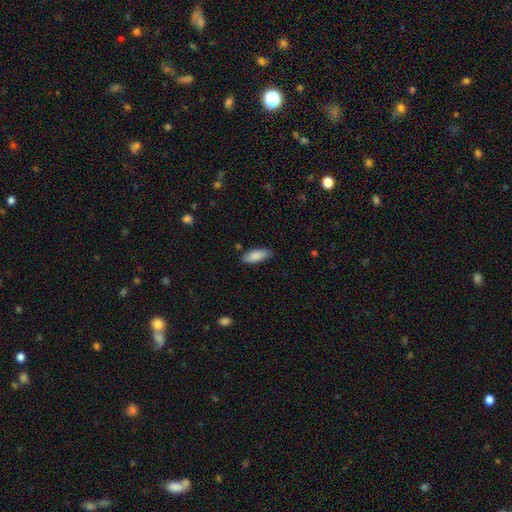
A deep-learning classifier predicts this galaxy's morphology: Smooth or featured? smooth (86%)
How rounded? in between (76%)
Merging? none (83%)